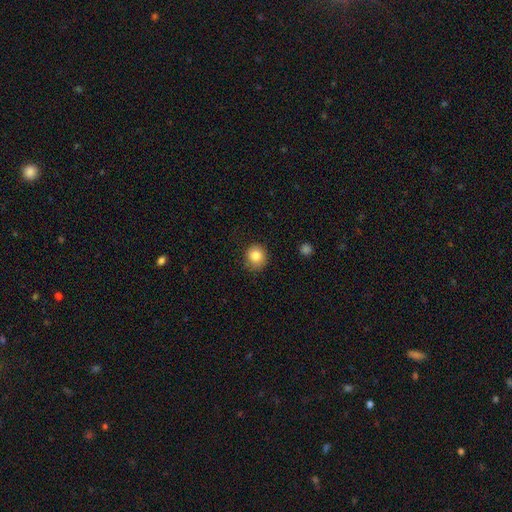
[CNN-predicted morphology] Smooth or featured?
  - smooth: 84% *
  - star or artifact: 10%
  - featured or disk: 7%
How rounded?
  - round: 87% *
  - in between: 12%
  - cigar-shaped: 1%
Merging?
  - none: 80% *
  - minor disturbance: 15%
  - major disturbance: 3%
  - merger: 1%